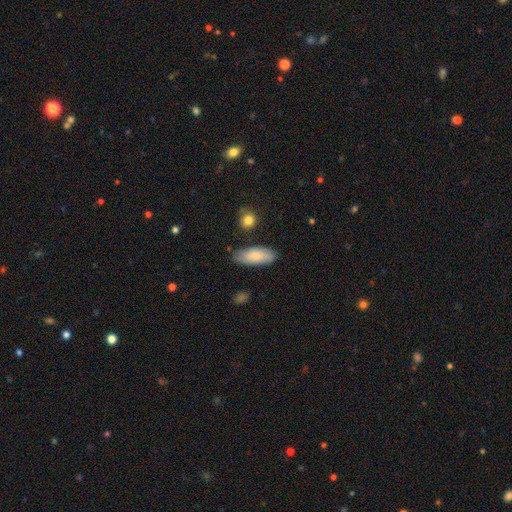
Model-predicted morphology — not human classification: The model was most divided on "merging": none: 76%, minor disturbance: 17%, major disturbance: 3%, merger: 3%. More confident: smooth or featured — smooth (82%); how rounded — in between (81%).